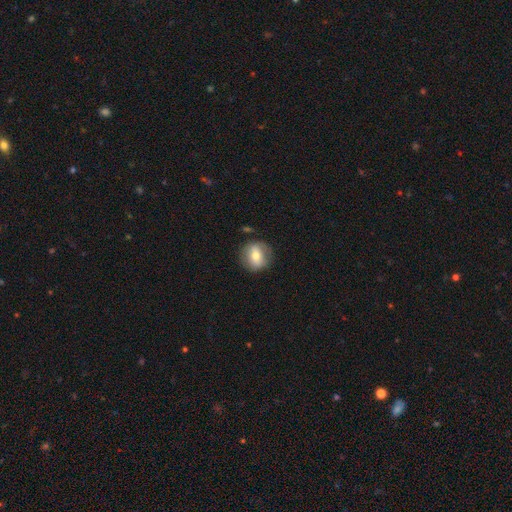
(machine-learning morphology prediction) Smooth or featured?
  - smooth: 59% *
  - featured or disk: 33%
  - star or artifact: 8%
How rounded?
  - round: 82% *
  - in between: 17%
  - cigar-shaped: 1%
Merging?
  - none: 81% *
  - minor disturbance: 12%
  - major disturbance: 4%
  - merger: 2%